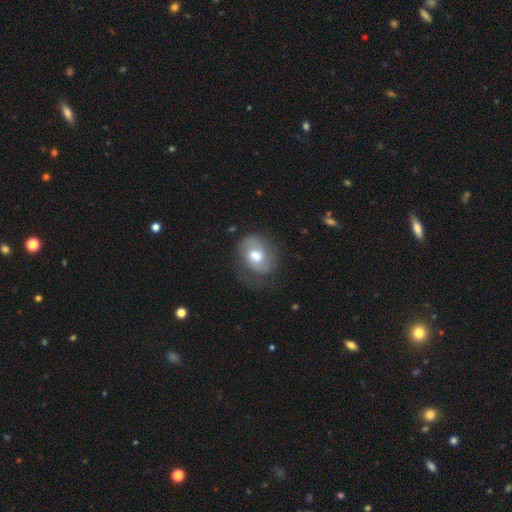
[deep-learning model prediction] A featured or disk galaxy (53%) with no bar (59%), spiral arms (80%) and a moderate central bulge (68%).

Vote fractions:
- Smooth or featured? featured or disk: 53% / smooth: 40% / star or artifact: 7%
- Edge-on disk? no: 97% / yes: 3%
- Bar? no: 59% / weak: 34% / strong: 6%
- Spiral arms? yes: 80% / no: 20%
- Bulge size? moderate: 68% / large: 19% / small: 10% / dominant: 2% / none: 1%
- Merging? none: 52% / minor disturbance: 25% / major disturbance: 21% / merger: 2%